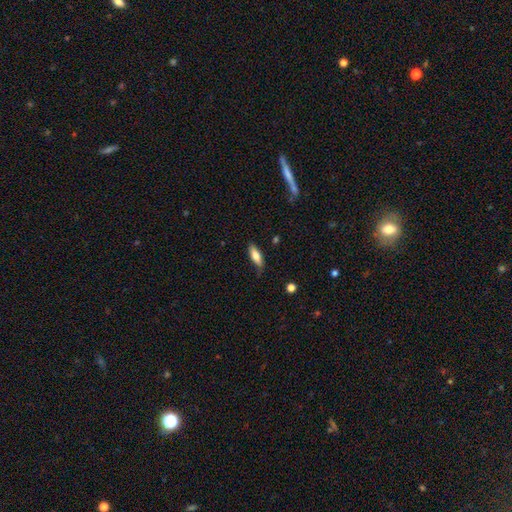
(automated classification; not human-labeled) Smooth or featured?
  - smooth: 74% *
  - featured or disk: 20%
  - star or artifact: 6%
How rounded?
  - in between: 60% *
  - cigar-shaped: 38%
  - round: 2%
Merging?
  - none: 71% *
  - minor disturbance: 23%
  - major disturbance: 4%
  - merger: 2%